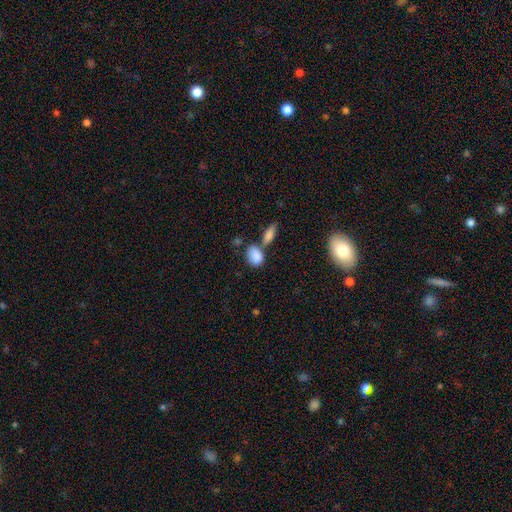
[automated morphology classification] Smooth or featured: smooth — 85% (star or artifact — 8%)
How rounded: in between — 77% (round — 20%)
Merging: none — 45% (merger — 35%)